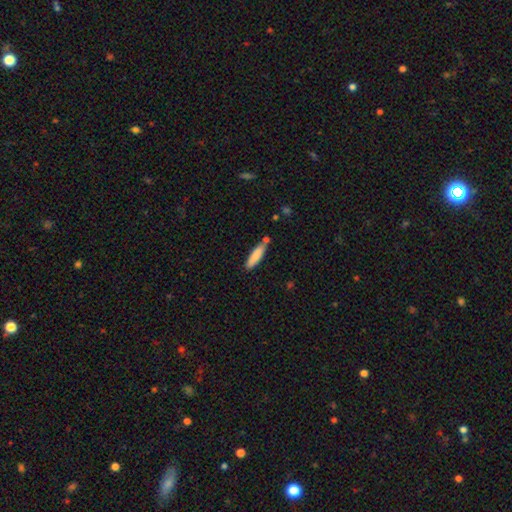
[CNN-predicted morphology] The model was most divided on "how rounded": cigar-shaped: 76%, in between: 23%, round: 1%. More confident: smooth or featured — smooth (82%); merging — none (69%).